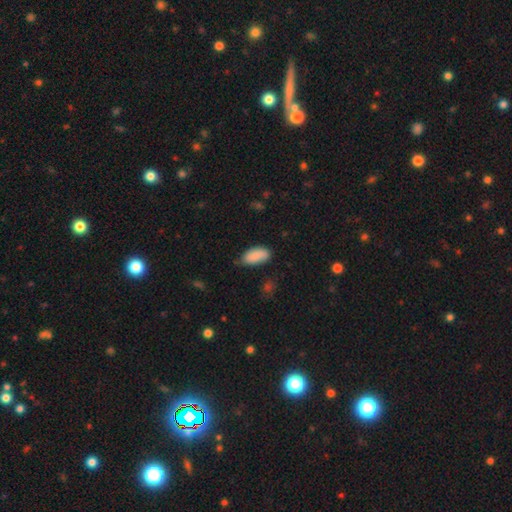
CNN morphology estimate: smooth 88%, star or artifact 7%, featured or disk 6%. Down the decision tree: how rounded — in between (92%); merging — none (60%).